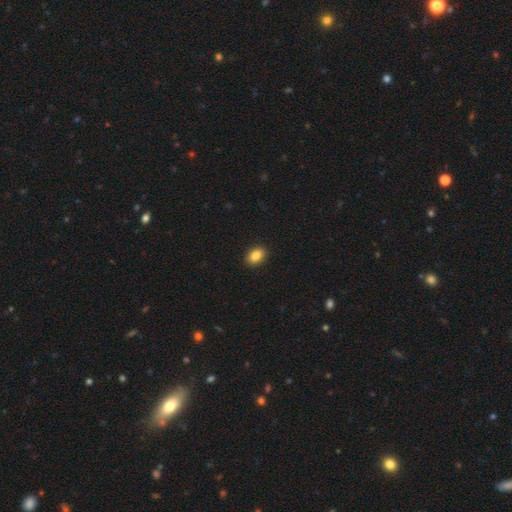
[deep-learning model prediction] smooth 86%, star or artifact 9%, featured or disk 5%. Down the decision tree: how rounded — in between (78%); merging — none (91%).